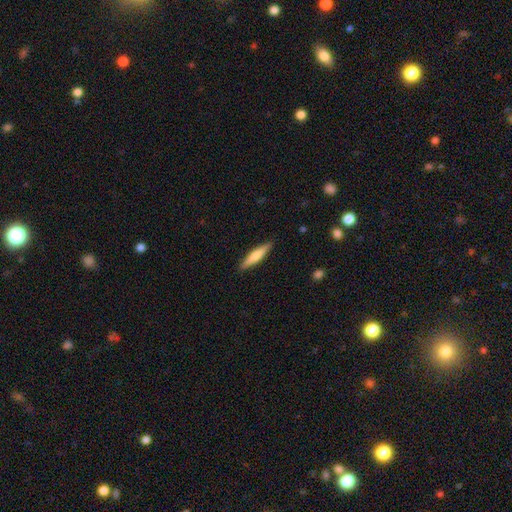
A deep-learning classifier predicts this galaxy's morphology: The model was most divided on "smooth or featured": smooth: 64%, featured or disk: 30%, star or artifact: 5%. More confident: merging — none (89%); how rounded — cigar-shaped (85%).